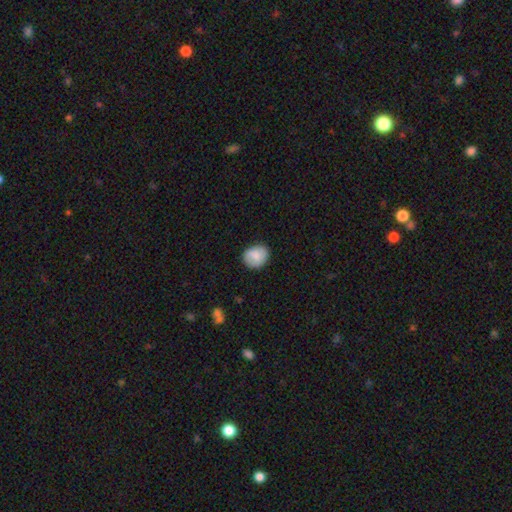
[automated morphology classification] Smooth or featured: smooth — 80% (featured or disk — 13%)
How rounded: round — 64% (in between — 35%)
Merging: none — 80% (minor disturbance — 15%)